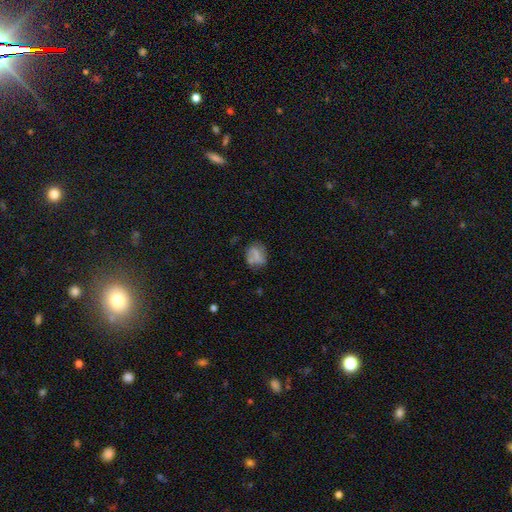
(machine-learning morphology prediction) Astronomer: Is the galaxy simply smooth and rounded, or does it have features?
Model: smooth — 57% (runner-up: featured or disk, 32%).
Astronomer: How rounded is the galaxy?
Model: round — 53% (runner-up: in between, 45%).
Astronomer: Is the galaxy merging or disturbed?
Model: none — 60%.